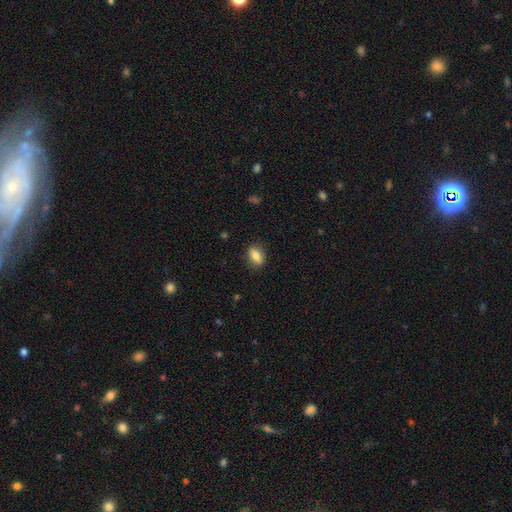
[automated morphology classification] smooth-or-featured: smooth: 81% | featured or disk: 12% | star or artifact: 8%
  how-rounded: in between: 81% | round: 13% | cigar-shaped: 7%
  merging: none: 84% | minor disturbance: 12% | major disturbance: 3% | merger: 1%